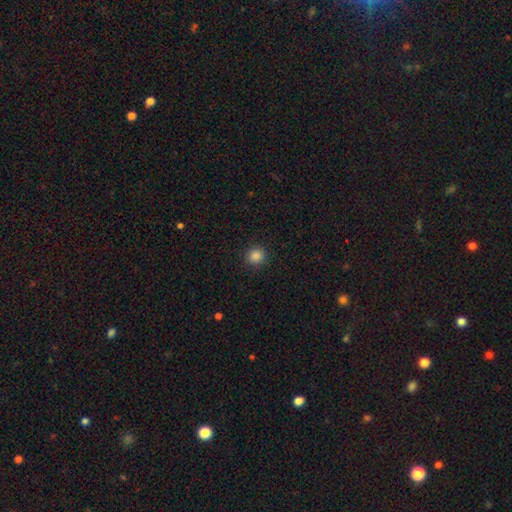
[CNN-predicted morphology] smooth_or_featured: smooth (p=0.86) [alt: star or artifact p=0.11]
how_rounded: round (p=0.93) [alt: in between p=0.06]
merging: none (p=0.91) [alt: minor disturbance p=0.06]